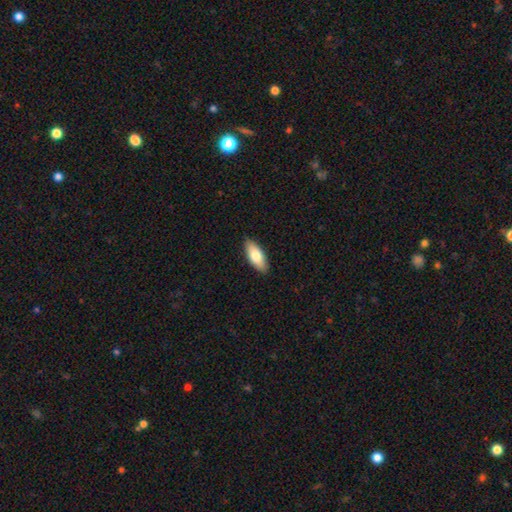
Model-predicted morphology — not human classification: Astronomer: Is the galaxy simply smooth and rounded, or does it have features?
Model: smooth — 77%.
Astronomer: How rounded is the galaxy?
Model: in between — 81%.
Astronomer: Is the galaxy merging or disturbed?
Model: none — 88%.